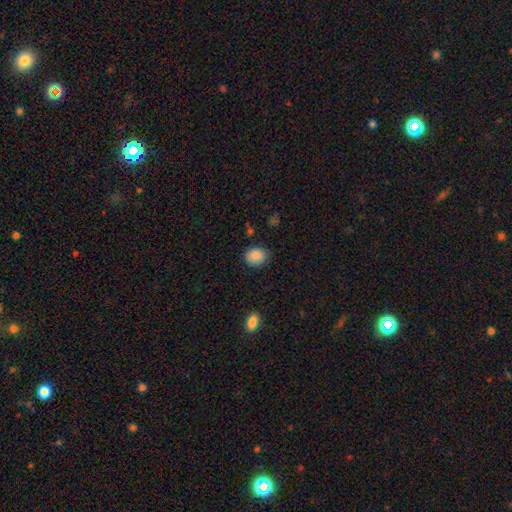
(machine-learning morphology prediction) This appears to be a smooth galaxy with no disk features (88%) that is round (55%). Merging: none (81%).